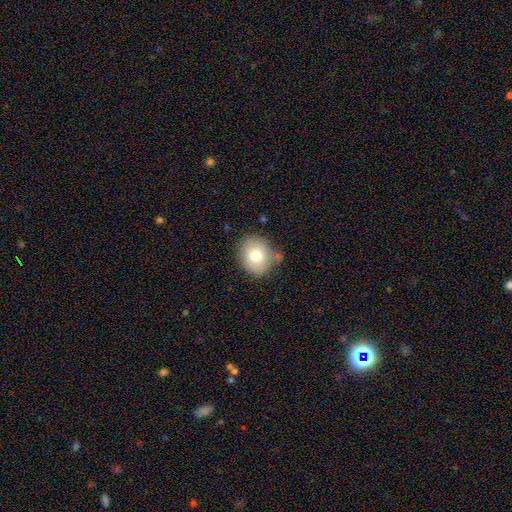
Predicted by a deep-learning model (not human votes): This appears to be a smooth galaxy with no disk features (76%) that is round (66%). Merging: none (71%).